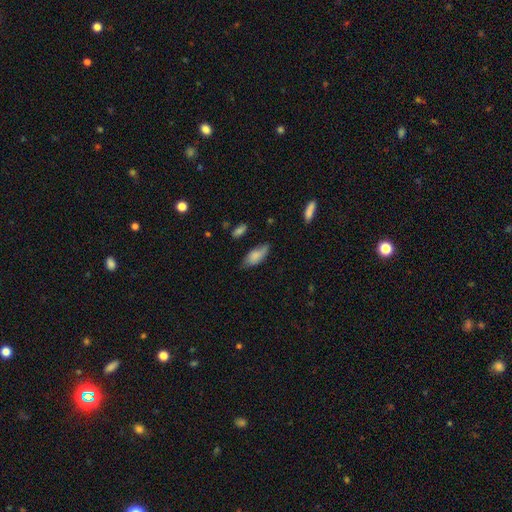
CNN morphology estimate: Smooth or featured: smooth — 81% (featured or disk — 12%)
How rounded: in between — 84% (cigar-shaped — 13%)
Merging: none — 61% (minor disturbance — 30%)